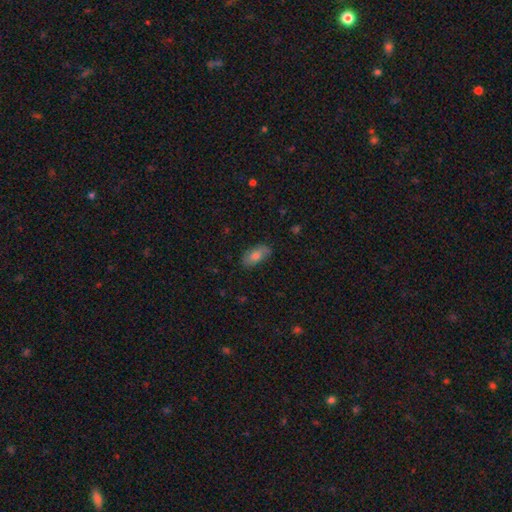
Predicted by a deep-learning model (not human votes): Smooth or featured? Predicted: smooth (p=0.74). How rounded? Predicted: in between (p=0.88). Merging? Predicted: none (p=0.77).